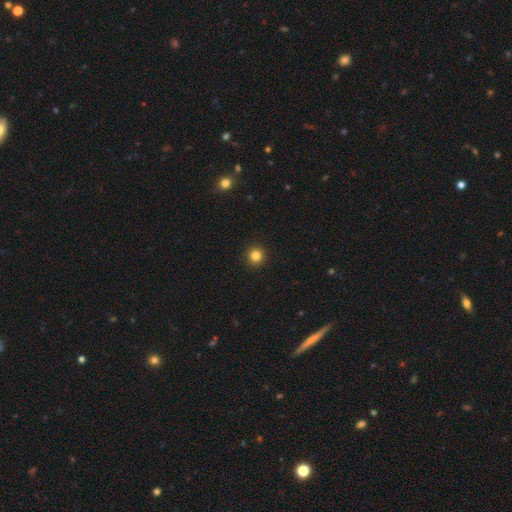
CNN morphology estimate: Smooth or featured?
  - smooth: 83% *
  - star or artifact: 13%
  - featured or disk: 5%
How rounded?
  - round: 95% *
  - in between: 4%
  - cigar-shaped: 1%
Merging?
  - none: 93% *
  - minor disturbance: 4%
  - major disturbance: 2%
  - merger: 1%